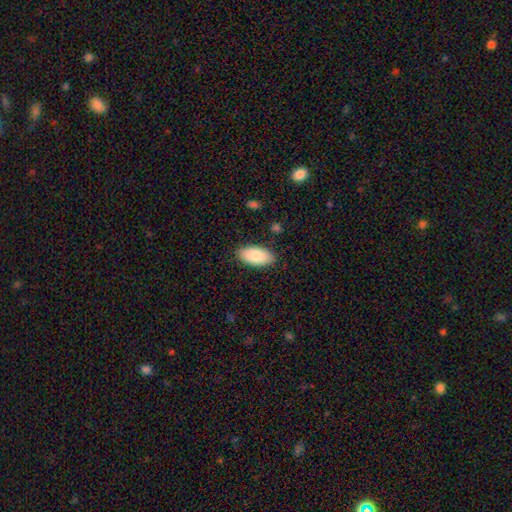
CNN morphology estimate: smooth-or-featured: smooth: 86% | featured or disk: 7% | star or artifact: 6%
  how-rounded: in between: 94% | cigar-shaped: 4% | round: 2%
  merging: none: 87% | minor disturbance: 10% | major disturbance: 2% | merger: 1%